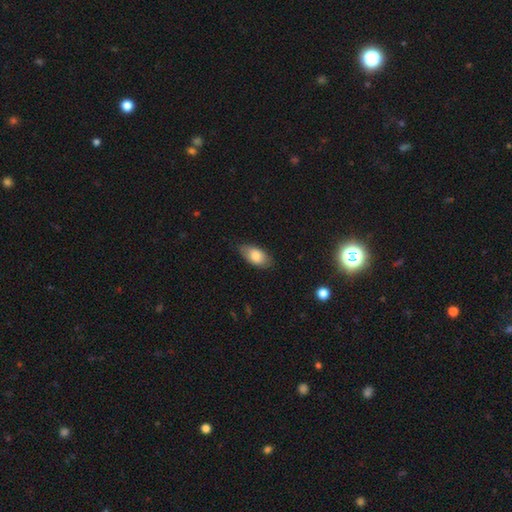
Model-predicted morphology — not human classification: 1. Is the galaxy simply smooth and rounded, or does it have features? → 80% smooth, 13% featured or disk, 7% star or artifact.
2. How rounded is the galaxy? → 92% in between, 4% round, 4% cigar-shaped.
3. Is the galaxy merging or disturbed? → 78% none, 18% minor disturbance, 3% major disturbance, 1% merger.